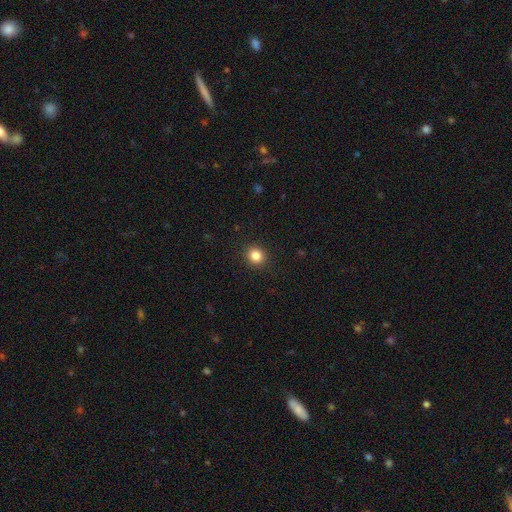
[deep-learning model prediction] This appears to be a smooth galaxy with no disk features (85%) that is round (80%). Merging: none (90%).